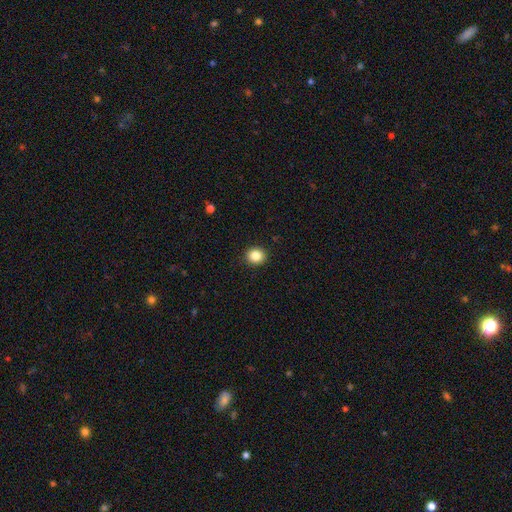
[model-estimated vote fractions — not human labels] smooth 85%, star or artifact 10%, featured or disk 5%. Down the decision tree: how rounded — round (85%); merging — none (92%).